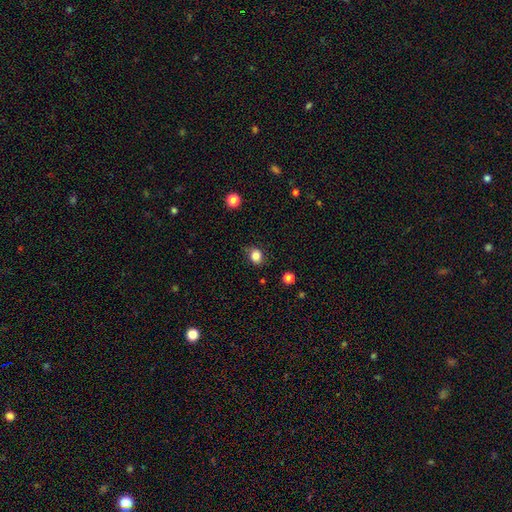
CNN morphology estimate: type=smooth (83%); roundness=round (60%); merging=none (78%).